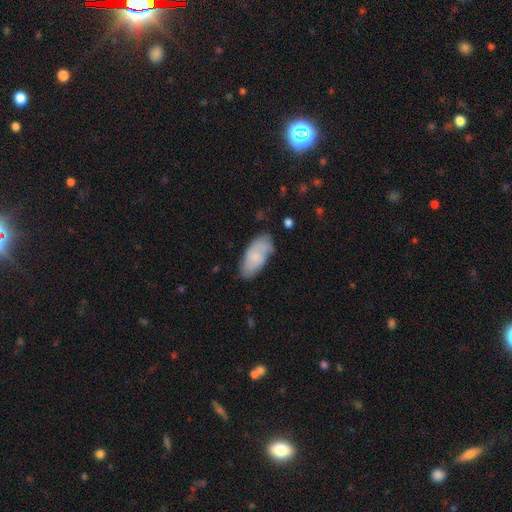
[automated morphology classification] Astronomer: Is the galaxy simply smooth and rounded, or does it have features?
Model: smooth — 67%.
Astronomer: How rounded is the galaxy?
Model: in between — 91%.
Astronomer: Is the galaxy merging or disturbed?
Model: none — 67%.